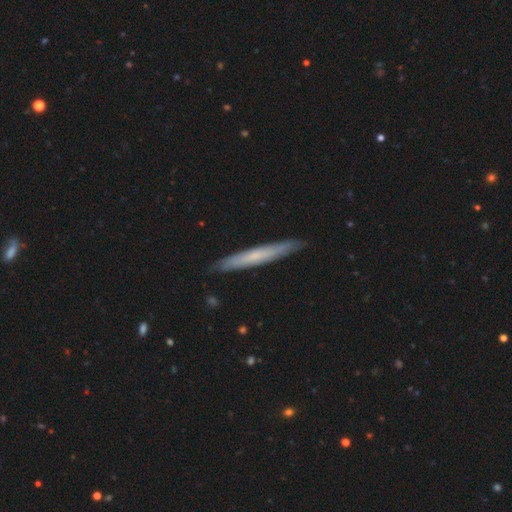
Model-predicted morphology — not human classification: Smooth or featured: smooth — 51% (featured or disk — 43%)
How rounded: cigar-shaped — 96% (in between — 3%)
Merging: none — 89% (minor disturbance — 8%)